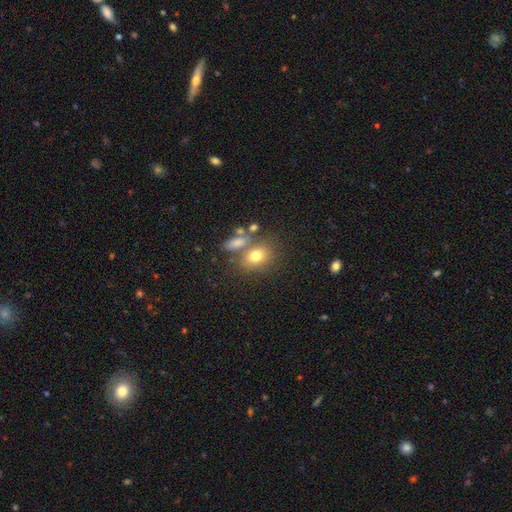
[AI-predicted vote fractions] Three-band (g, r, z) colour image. It shows a smooth galaxy with no disk features (74%) that is in between round and cigar-shaped (60%). Merging: none (58%).